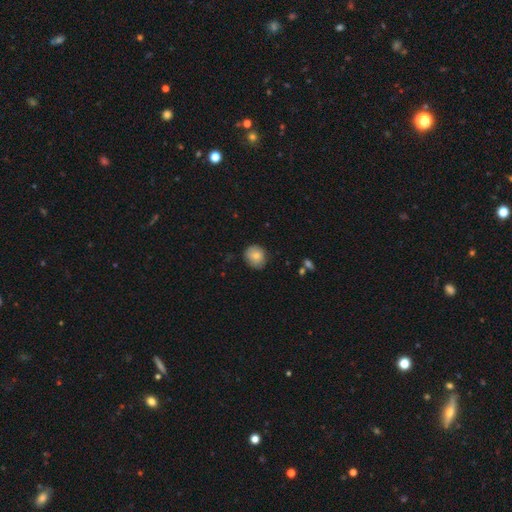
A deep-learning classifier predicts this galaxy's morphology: Smooth or featured? Predicted: smooth (p=0.79). How rounded? Predicted: round (p=0.81). Merging? Predicted: none (p=0.78).